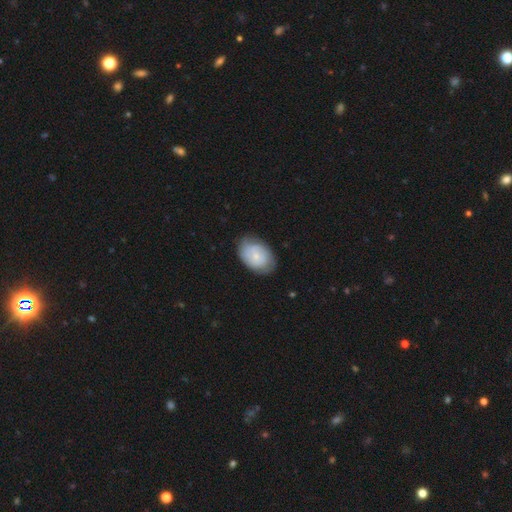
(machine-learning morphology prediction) smooth 50%, featured or disk 44%, star or artifact 6%. Down the decision tree: how rounded — in between (80%); merging — none (70%).